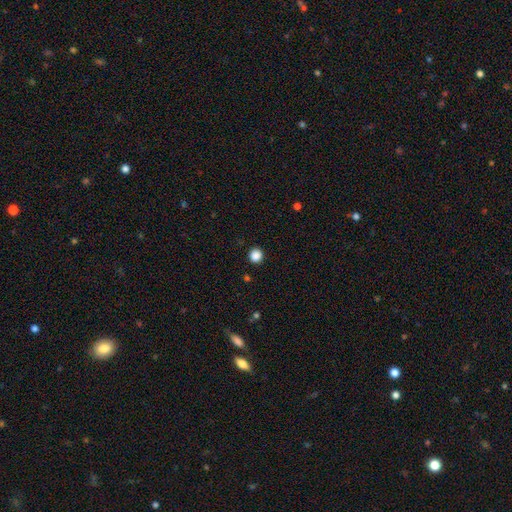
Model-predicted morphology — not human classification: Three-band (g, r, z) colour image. It shows a smooth galaxy with no disk features (87%) that is round (93%). Merging: none (93%).